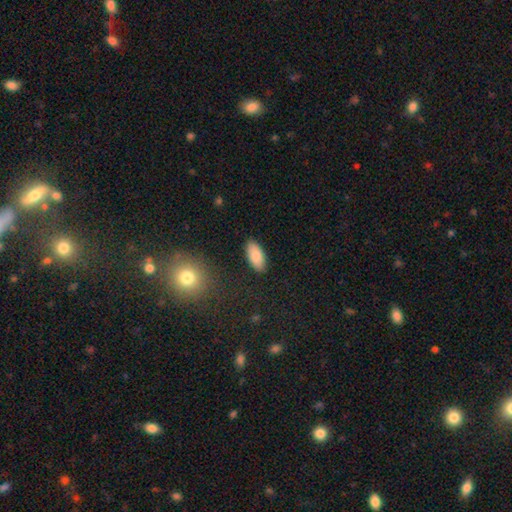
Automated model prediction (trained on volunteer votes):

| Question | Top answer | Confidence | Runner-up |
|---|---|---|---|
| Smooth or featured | smooth | 86% | featured or disk (7%) |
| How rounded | in between | 91% | cigar-shaped (7%) |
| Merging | none | 88% | minor disturbance (9%) |